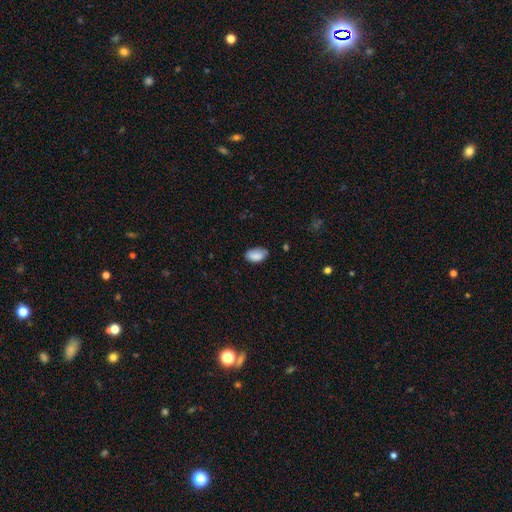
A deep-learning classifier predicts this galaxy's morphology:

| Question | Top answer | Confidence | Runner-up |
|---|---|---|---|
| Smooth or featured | smooth | 86% | star or artifact (7%) |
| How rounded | in between | 93% | round (5%) |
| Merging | none | 70% | minor disturbance (24%) |